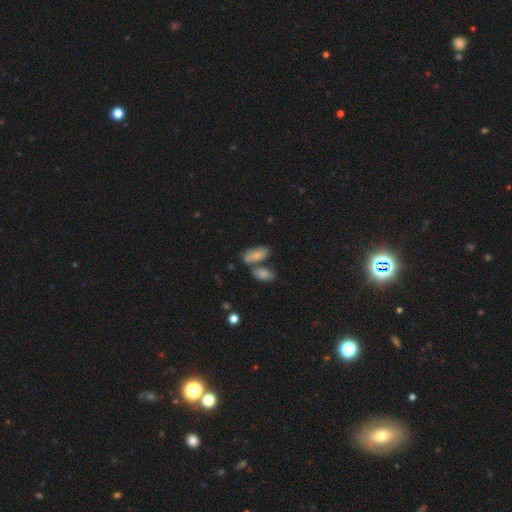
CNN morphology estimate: The model was most divided on "merging": none: 49%, merger: 33%, minor disturbance: 13%, major disturbance: 4%. More confident: how rounded — in between (81%); smooth or featured — smooth (80%).